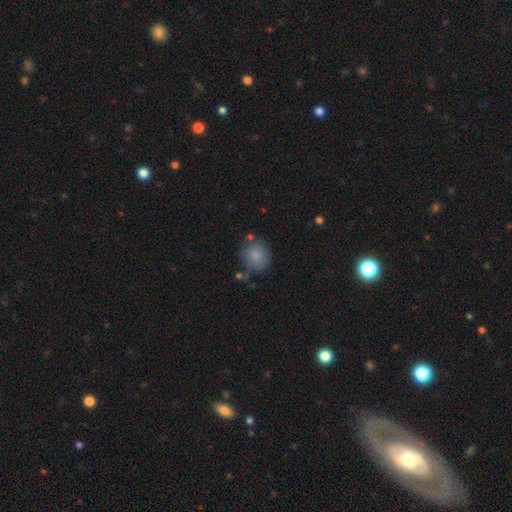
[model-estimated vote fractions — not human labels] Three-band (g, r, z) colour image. It shows a smooth galaxy with no disk features (84%) that is round (71%). Merging: none (61%).